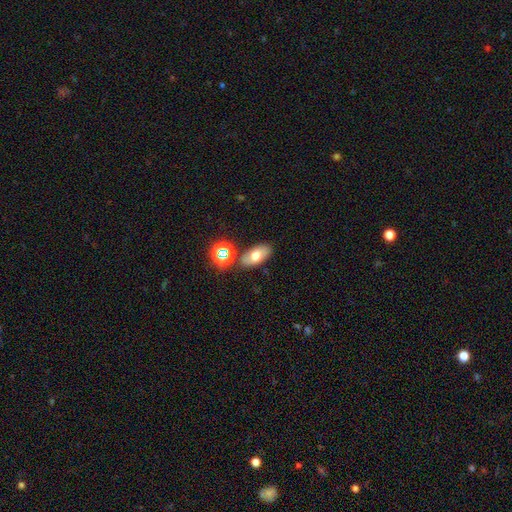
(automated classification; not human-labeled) Q: Smooth or featured?
A: smooth (66%); runner-up: featured or disk (22%)
Q: How rounded?
A: in between (88%); runner-up: round (8%)
Q: Merging?
A: none (78%); runner-up: minor disturbance (12%)